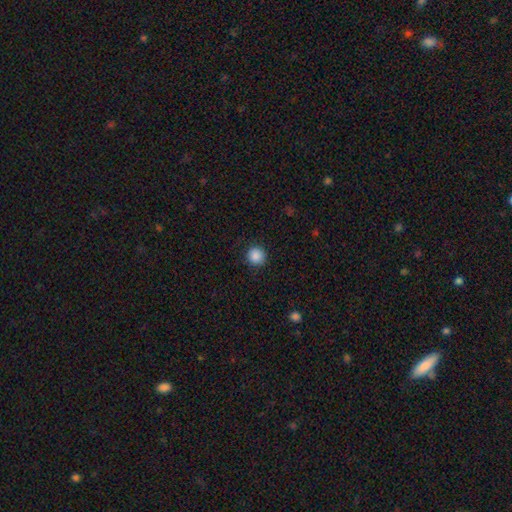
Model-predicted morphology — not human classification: A smooth galaxy with no disk features (88%) that is round (94%).

Vote fractions:
- Smooth or featured? smooth: 88% / star or artifact: 10% / featured or disk: 3%
- How rounded? round: 94% / in between: 5% / cigar-shaped: 1%
- Merging? none: 90% / minor disturbance: 6% / major disturbance: 2% / merger: 1%